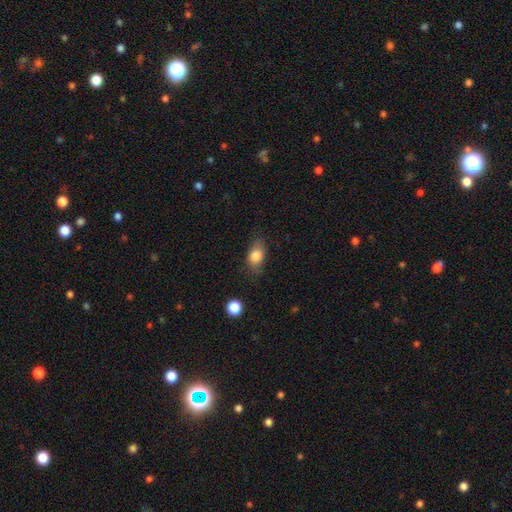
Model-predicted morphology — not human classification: Q: Smooth or featured?
A: smooth (81%); runner-up: featured or disk (10%)
Q: How rounded?
A: in between (78%); runner-up: round (19%)
Q: Merging?
A: none (71%); runner-up: minor disturbance (21%)